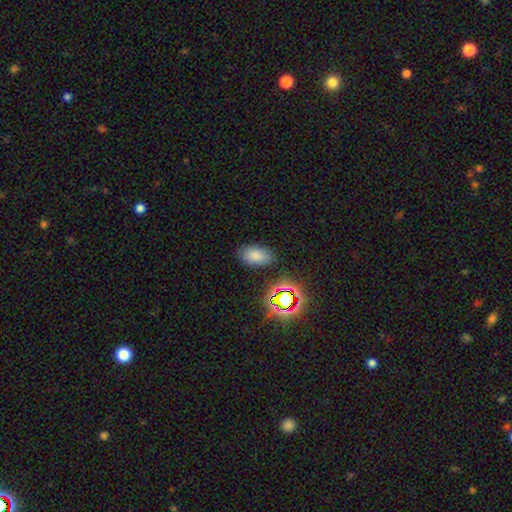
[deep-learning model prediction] The model was most divided on "smooth or featured": smooth: 76%, star or artifact: 17%, featured or disk: 8%. More confident: how rounded — in between (92%); merging — none (82%).